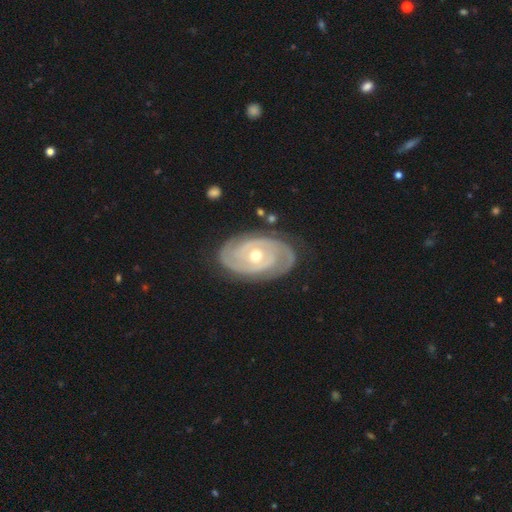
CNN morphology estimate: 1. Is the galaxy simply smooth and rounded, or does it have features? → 91% featured or disk, 5% smooth, 4% star or artifact.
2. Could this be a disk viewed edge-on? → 97% no, 3% yes.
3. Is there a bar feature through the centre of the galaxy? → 69% no, 22% weak, 9% strong.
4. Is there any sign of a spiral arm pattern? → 97% yes, 3% no.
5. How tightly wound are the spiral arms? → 80% tight, 17% medium, 3% loose.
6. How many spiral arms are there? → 71% 2, 12% 3, 8% can't tell, 3% 4, 3% 1, 3% more than 4.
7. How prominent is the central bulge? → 66% moderate, 31% small, 2% large, 1% none, 1% dominant.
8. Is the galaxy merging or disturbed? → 82% none, 13% minor disturbance, 3% major disturbance, 1% merger.